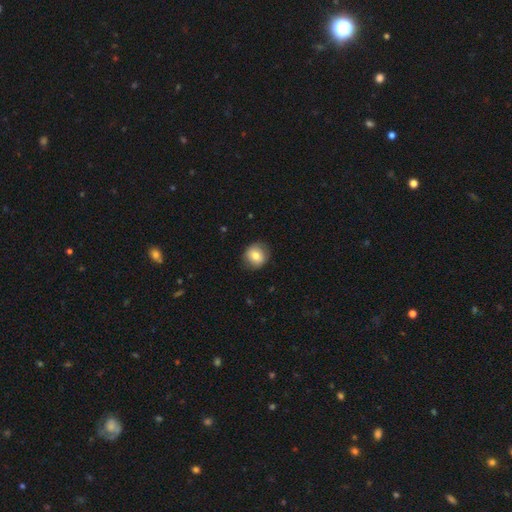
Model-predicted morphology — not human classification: smooth 75%, featured or disk 16%, star or artifact 9%. Down the decision tree: how rounded — round (85%); merging — none (82%).